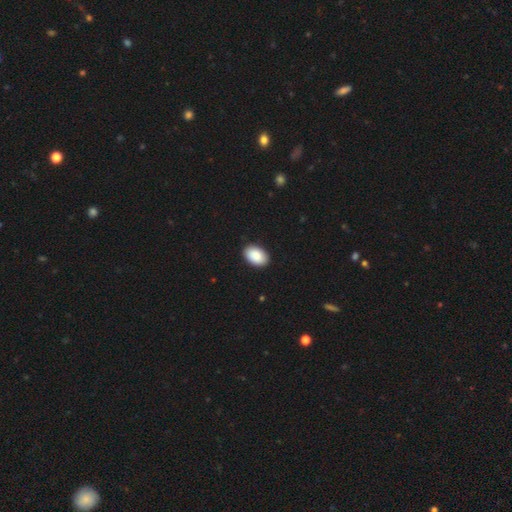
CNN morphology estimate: Q: Smooth or featured?
A: smooth (91%); runner-up: star or artifact (6%)
Q: How rounded?
A: in between (91%); runner-up: round (8%)
Q: Merging?
A: none (91%); runner-up: minor disturbance (7%)